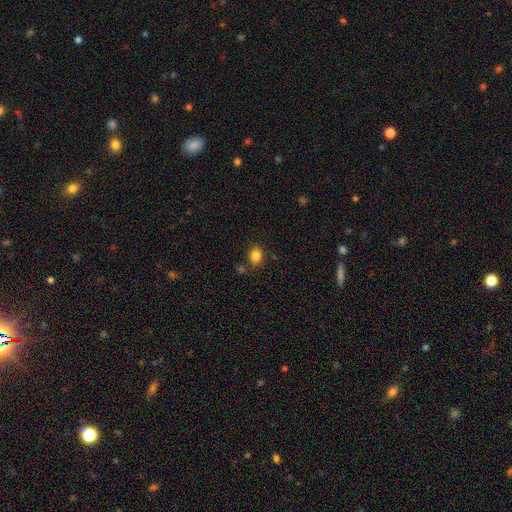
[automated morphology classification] The model was most divided on "how rounded": round: 51%, in between: 48%, cigar-shaped: 1%. More confident: smooth or featured — smooth (84%); merging — none (78%).